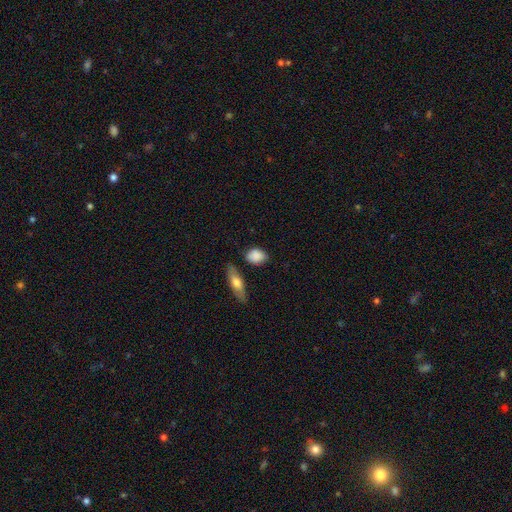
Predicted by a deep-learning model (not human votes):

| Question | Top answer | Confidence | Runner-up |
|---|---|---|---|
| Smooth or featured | smooth | 86% | featured or disk (7%) |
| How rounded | in between | 68% | round (28%) |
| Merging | none | 74% | minor disturbance (17%) |